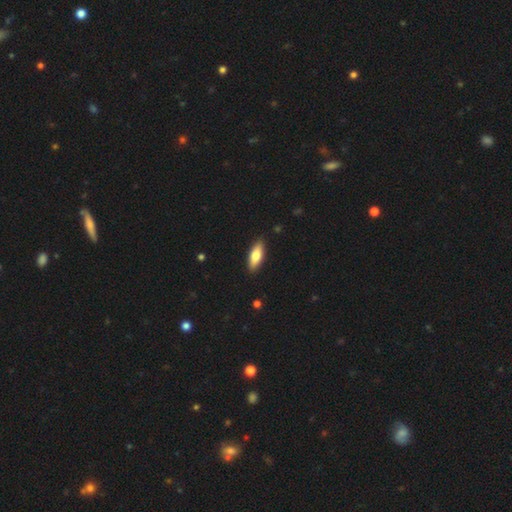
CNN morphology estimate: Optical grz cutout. It shows a smooth galaxy with no disk features (77%) that is in between round and cigar-shaped (68%). Merging: none (89%).